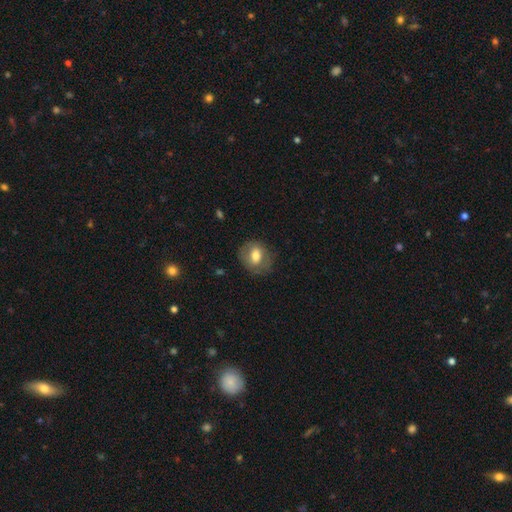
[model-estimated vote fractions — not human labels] smooth-or-featured: smooth: 63% | featured or disk: 29% | star or artifact: 8%
  how-rounded: round: 54% | in between: 45% | cigar-shaped: 1%
  merging: none: 74% | minor disturbance: 17% | major disturbance: 8% | merger: 1%